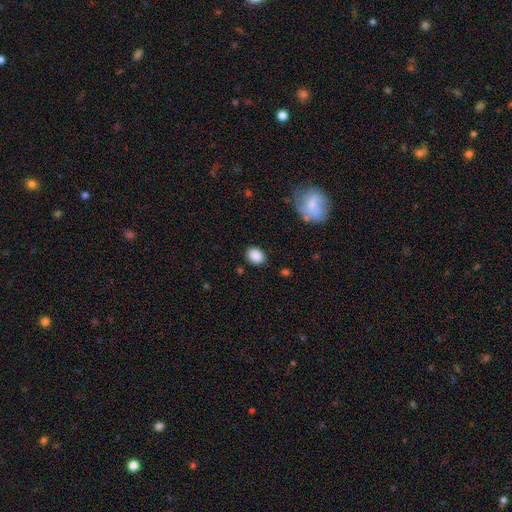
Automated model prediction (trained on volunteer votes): Q: Smooth or featured?
A: smooth (88%); runner-up: star or artifact (8%)
Q: How rounded?
A: in between (58%); runner-up: round (41%)
Q: Merging?
A: none (84%); runner-up: minor disturbance (11%)